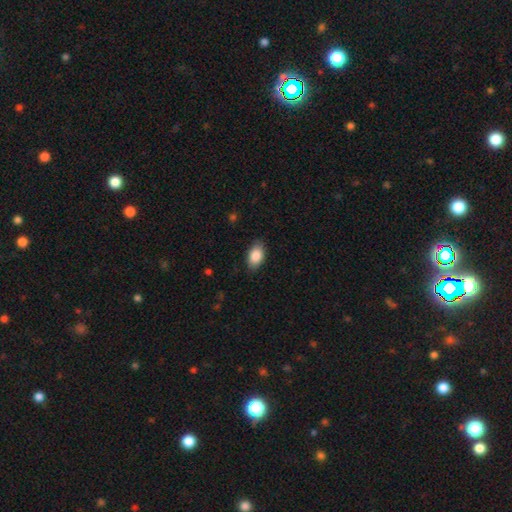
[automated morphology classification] smooth_or_featured: smooth (p=0.87) [alt: star or artifact p=0.07]
how_rounded: in between (p=0.91) [alt: round p=0.07]
merging: none (p=0.85) [alt: minor disturbance p=0.12]